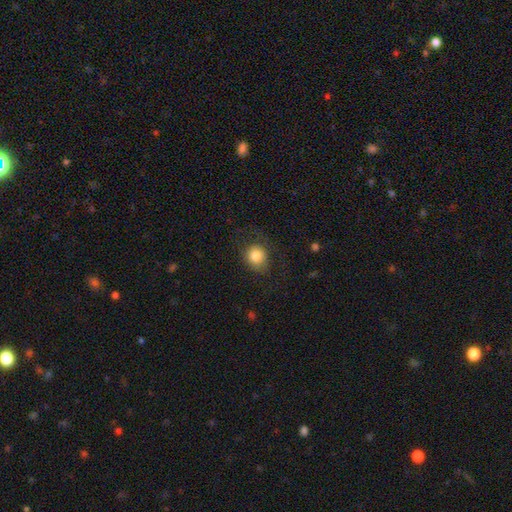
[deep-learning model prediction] Smooth or featured? Predicted: smooth (p=0.82). How rounded? Predicted: round (p=0.75). Merging? Predicted: none (p=0.71).